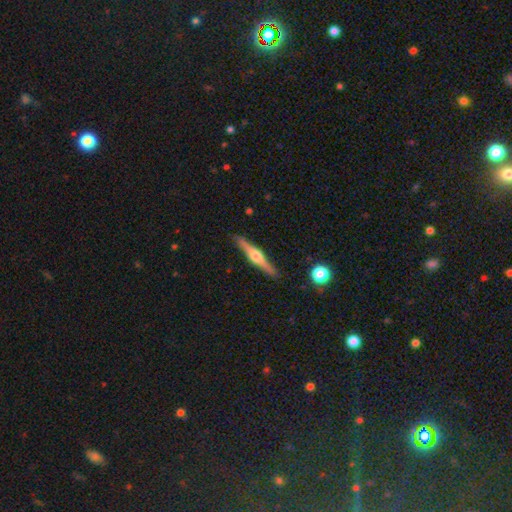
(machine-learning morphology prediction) smooth-or-featured: featured or disk: 75% | smooth: 20% | star or artifact: 5%
  disk-edge-on: yes: 98% | no: 2%
    edge-on-bulge: rounded: 90% | boxy: 7% | none: 3%
  merging: none: 90% | minor disturbance: 7% | major disturbance: 1% | merger: 1%